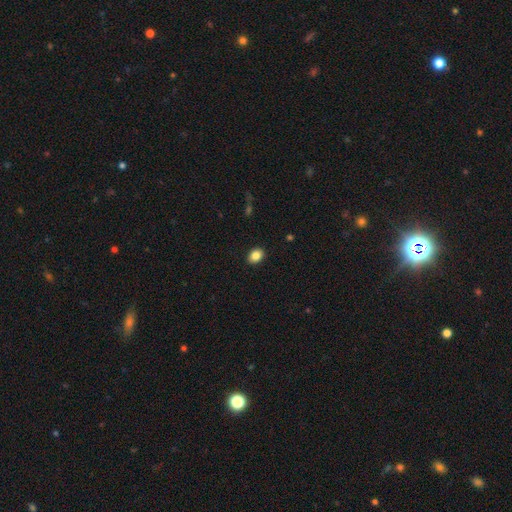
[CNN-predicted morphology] smooth-or-featured: smooth: 85% | star or artifact: 9% | featured or disk: 6%
  how-rounded: in between: 61% | round: 38% | cigar-shaped: 1%
  merging: none: 90% | minor disturbance: 7% | major disturbance: 2% | merger: 1%